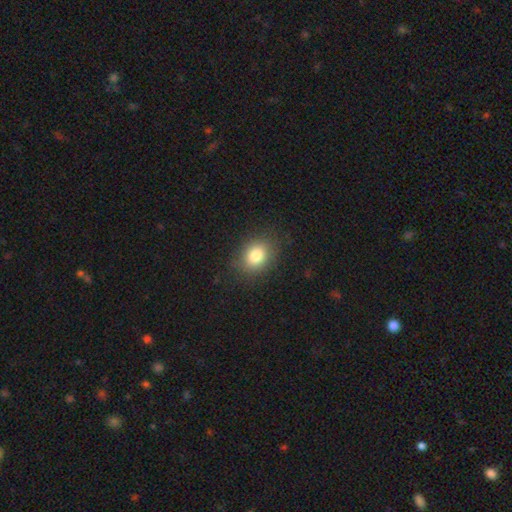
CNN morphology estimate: Smooth or featured: smooth — 81% (star or artifact — 11%)
How rounded: in between — 52% (round — 47%)
Merging: none — 84% (minor disturbance — 11%)